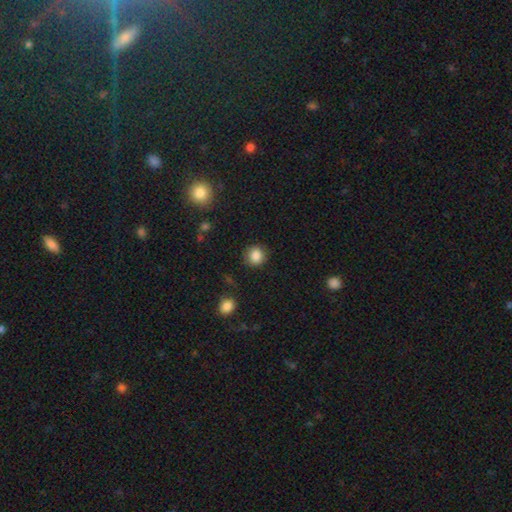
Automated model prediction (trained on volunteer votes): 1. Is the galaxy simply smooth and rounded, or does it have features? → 86% smooth, 10% star or artifact, 4% featured or disk.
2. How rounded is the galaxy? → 88% round, 11% in between, 1% cigar-shaped.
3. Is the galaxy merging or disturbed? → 88% none, 8% minor disturbance, 3% major disturbance, 2% merger.